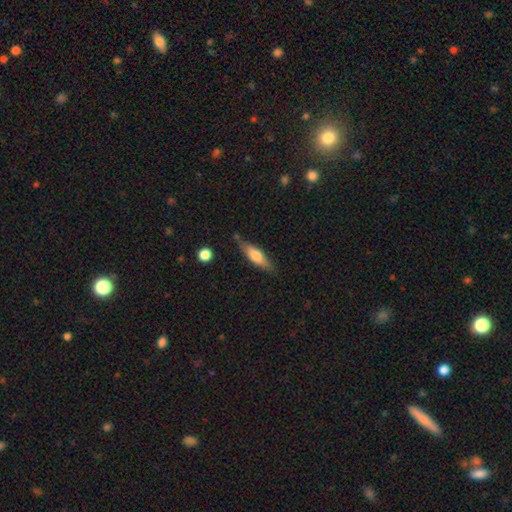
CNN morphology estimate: A smooth galaxy with no disk features (57%) that is cigar-shaped (62%).

Vote fractions:
- Smooth or featured? smooth: 57% / featured or disk: 37% / star or artifact: 6%
- How rounded? cigar-shaped: 62% / in between: 35% / round: 2%
- Merging? none: 74% / minor disturbance: 18% / merger: 4% / major disturbance: 4%